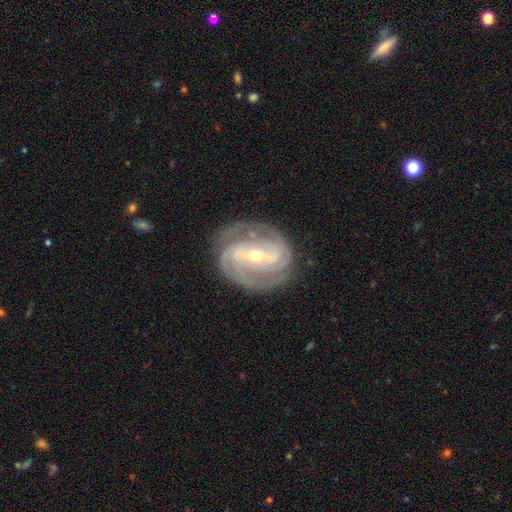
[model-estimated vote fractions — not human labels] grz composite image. It shows a featured or disk galaxy (90%) with a strong bar (47%), 2 (45%) tight (62%) spiral arms (97%) and a small central bulge (60%). Merging: none (78%).